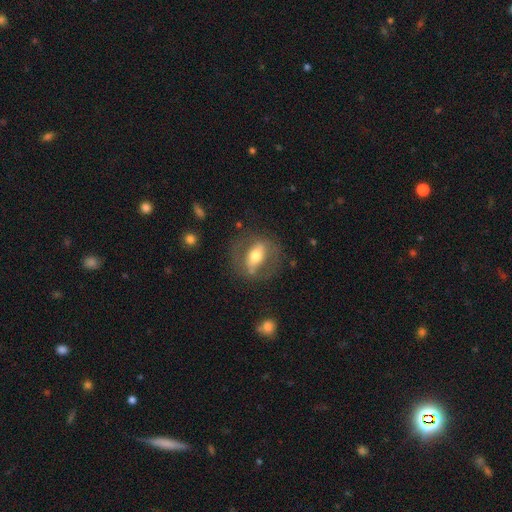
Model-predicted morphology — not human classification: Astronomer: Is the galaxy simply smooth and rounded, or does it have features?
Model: featured or disk — 57% (runner-up: smooth, 36%).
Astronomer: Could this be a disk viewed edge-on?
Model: no — 78%.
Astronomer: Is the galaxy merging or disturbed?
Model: none — 69%.